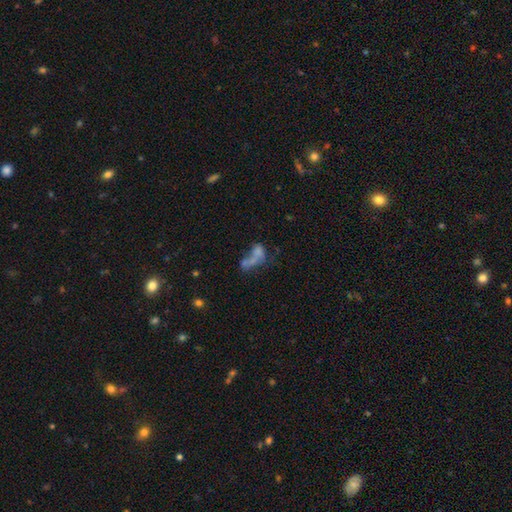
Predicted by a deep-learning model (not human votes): Smooth or featured? smooth (51%)
How rounded? in between (74%)
Merging? merger (51%)